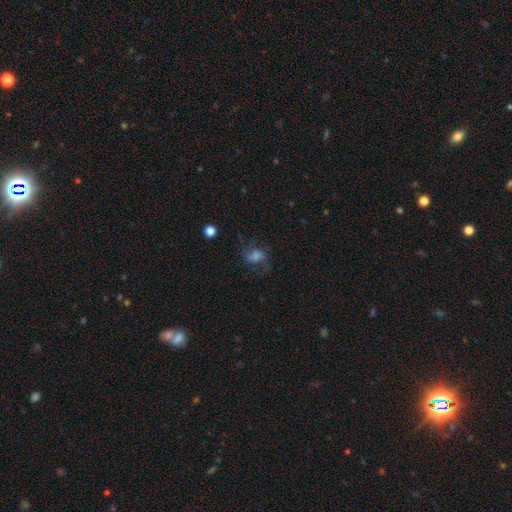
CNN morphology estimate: Smooth or featured?
  - featured or disk: 50% *
  - smooth: 33%
  - star or artifact: 18%
Merging?
  - none: 61% *
  - major disturbance: 19%
  - minor disturbance: 18%
  - merger: 2%